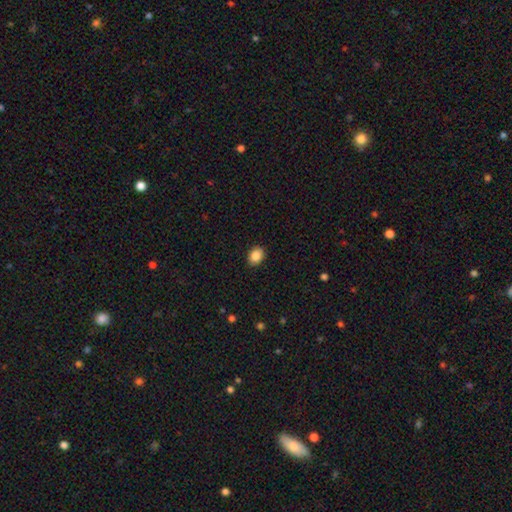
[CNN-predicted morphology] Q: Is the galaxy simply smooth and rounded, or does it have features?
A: smooth — 88%.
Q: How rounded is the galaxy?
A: in between — 65%.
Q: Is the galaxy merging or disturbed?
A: none — 90%.